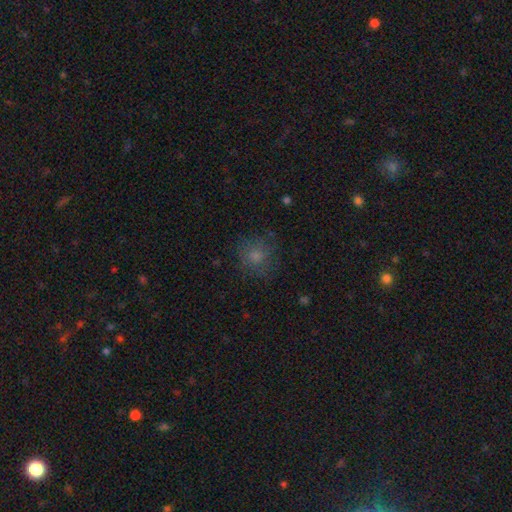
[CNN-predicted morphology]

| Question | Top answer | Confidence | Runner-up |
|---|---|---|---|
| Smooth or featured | smooth | 74% | star or artifact (14%) |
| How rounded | round | 86% | in between (13%) |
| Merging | none | 73% | minor disturbance (16%) |